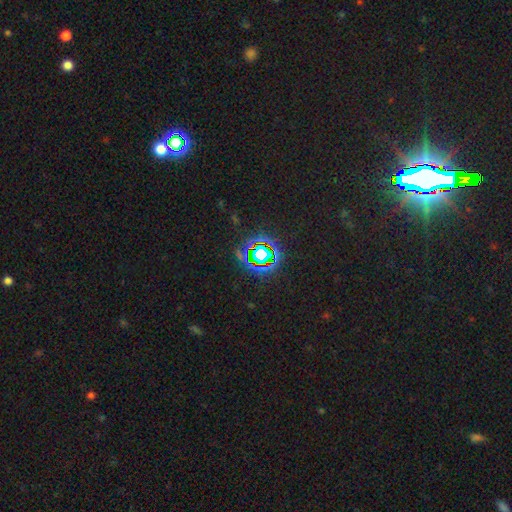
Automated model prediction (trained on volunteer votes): A star or artifact, not a galaxy (72%).